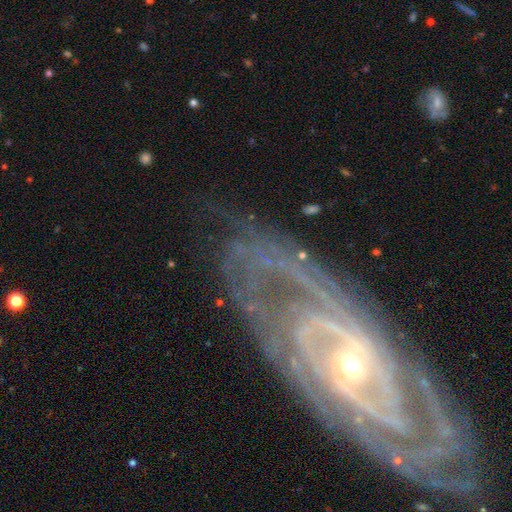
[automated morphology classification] Smooth or featured: featured or disk — 84% (star or artifact — 9%)
Edge-on disk: no — 92% (yes — 8%)
Bar: no — 49% (weak — 28%)
Spiral arms: yes — 91% (no — 9%)
Spiral winding: tight — 61% (medium — 29%)
Spiral arm count: 2 — 37% (can't tell — 27%)
Bulge size: moderate — 48% (small — 44%)
Merging: none — 68% (minor disturbance — 16%)